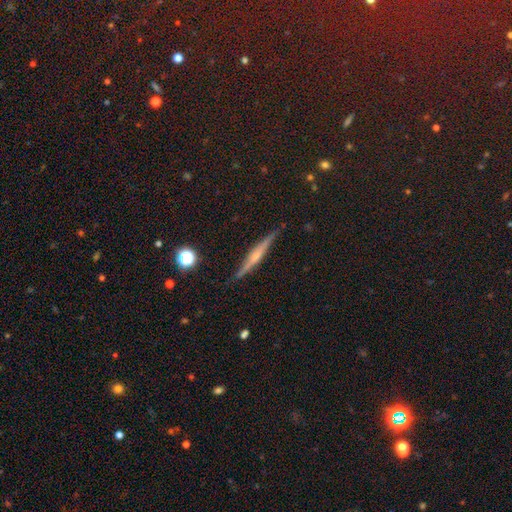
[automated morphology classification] Smooth or featured? featured or disk (67%)
Edge-on disk? yes (97%)
Edge-on bulge? rounded (61%)
Merging? none (88%)